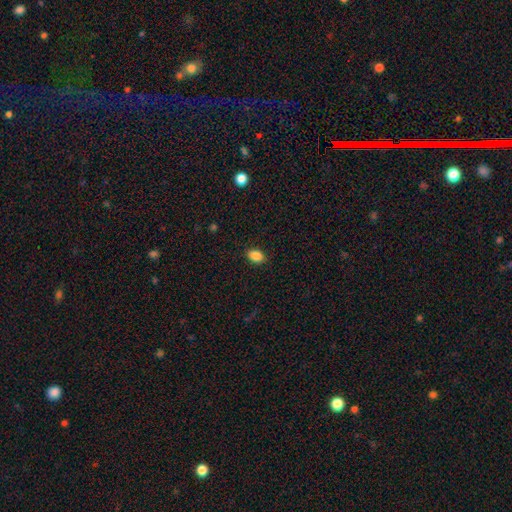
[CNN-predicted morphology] Smooth or featured: smooth — 87% (star or artifact — 9%)
How rounded: in between — 79% (round — 19%)
Merging: none — 89% (minor disturbance — 8%)